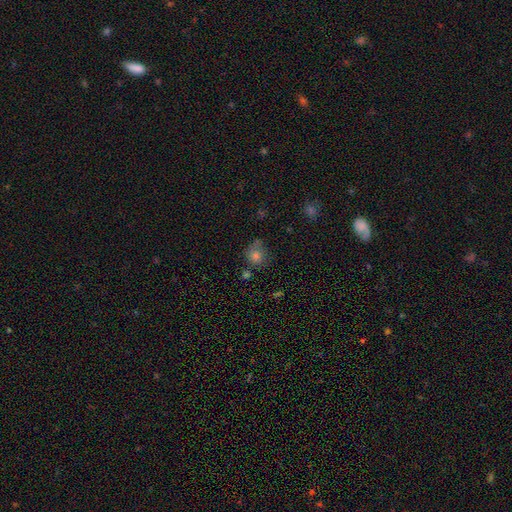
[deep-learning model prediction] Smooth or featured?
  - smooth: 73% *
  - star or artifact: 16%
  - featured or disk: 11%
How rounded?
  - round: 82% *
  - in between: 17%
  - cigar-shaped: 1%
Merging?
  - none: 62% *
  - minor disturbance: 23%
  - merger: 8%
  - major disturbance: 8%